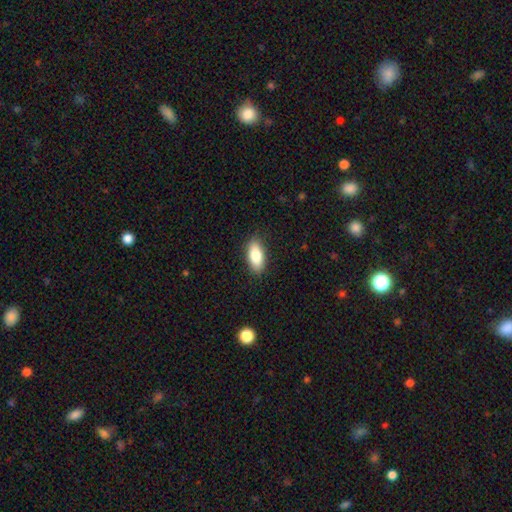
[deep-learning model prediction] Overall: smooth (84%). How rounded: in between (86%). Merging: none (87%).